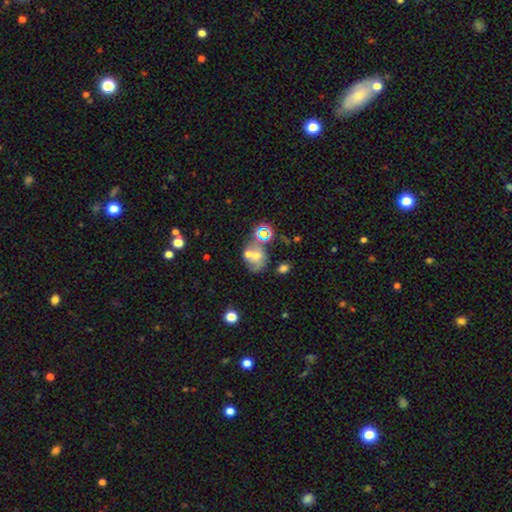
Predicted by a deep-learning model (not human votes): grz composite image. It shows a smooth galaxy with no disk features (49%). Merging: merger (45%).